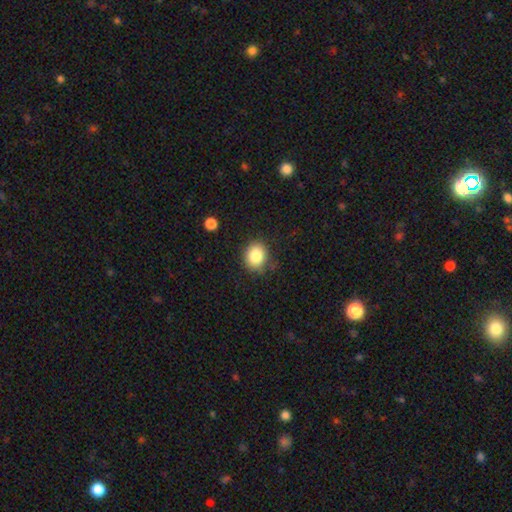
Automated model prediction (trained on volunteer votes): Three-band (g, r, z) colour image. It shows a smooth galaxy with no disk features (84%) that is round (68%). Merging: none (81%).